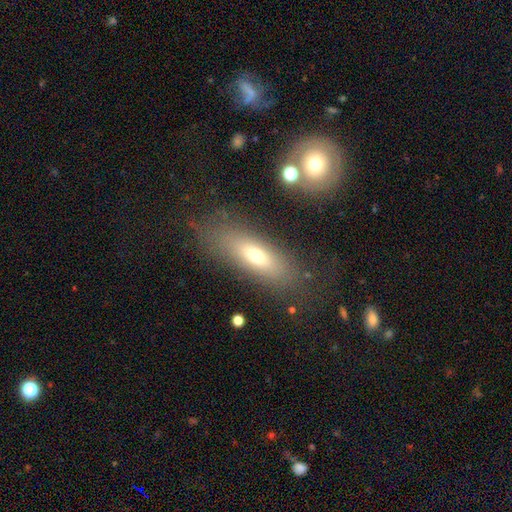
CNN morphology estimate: smooth 63%, featured or disk 26%, star or artifact 11%. Down the decision tree: how rounded — in between (60%); merging — none (77%).